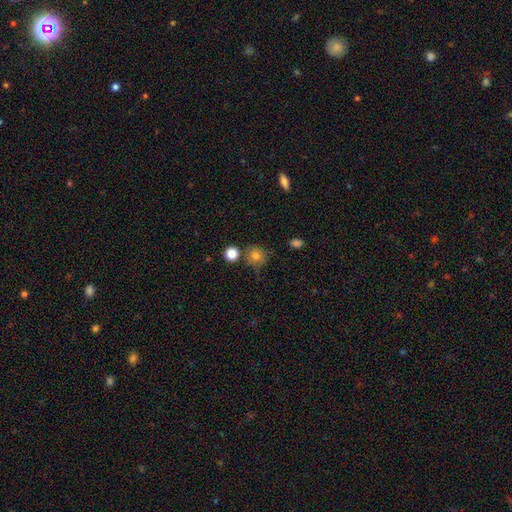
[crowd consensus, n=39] Morphology: type=smooth (85%); roundness=round (94%); merging=none (71%).